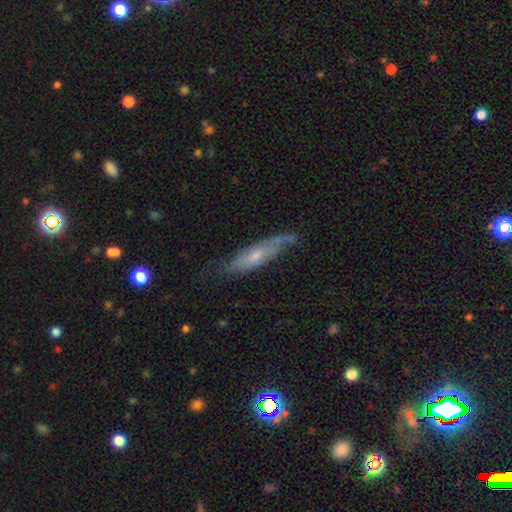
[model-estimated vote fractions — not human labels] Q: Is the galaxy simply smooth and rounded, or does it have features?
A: featured or disk — 54%.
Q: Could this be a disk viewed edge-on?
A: no — 55%.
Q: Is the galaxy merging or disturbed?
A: none — 56%.